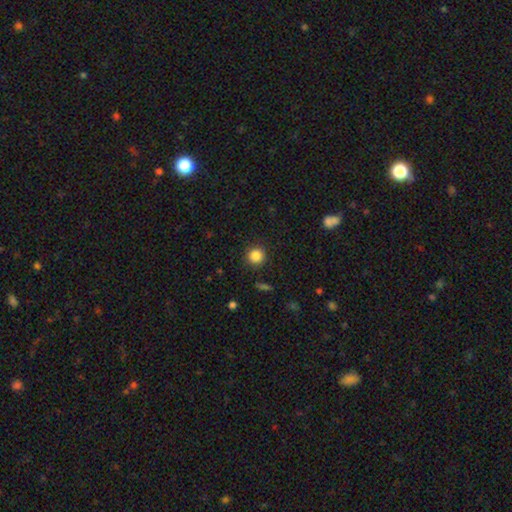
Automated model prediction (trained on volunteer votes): This is clearly a smooth galaxy (85%). How rounded: clearly round (94%). Merging: clearly none (90%).